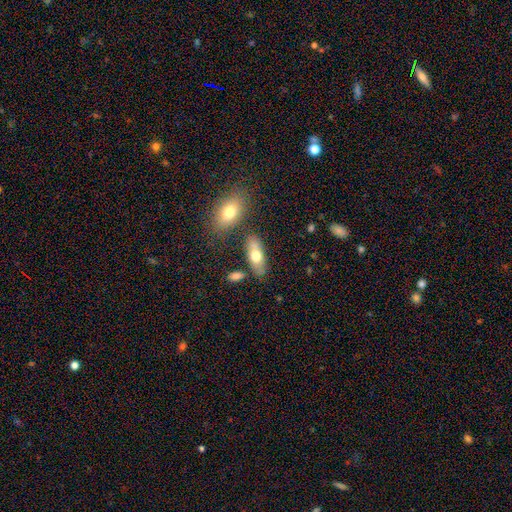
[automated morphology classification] A smooth galaxy with no disk features (68%) that is in between round and cigar-shaped (79%).

Vote fractions:
- Smooth or featured? smooth: 68% / featured or disk: 25% / star or artifact: 7%
- How rounded? in between: 79% / cigar-shaped: 18% / round: 3%
- Merging? none: 70% / minor disturbance: 15% / merger: 11% / major disturbance: 4%